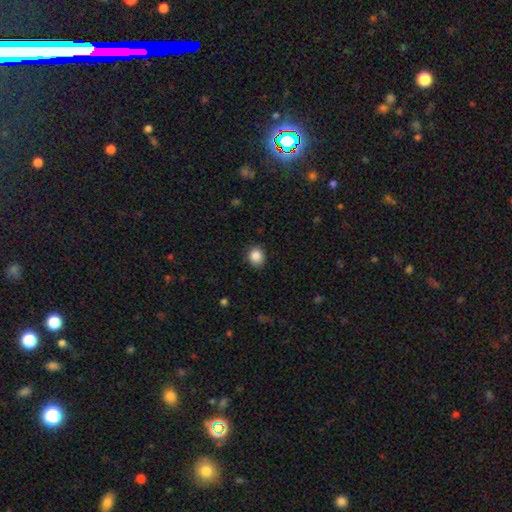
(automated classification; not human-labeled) smooth-or-featured: smooth: 87% | star or artifact: 9% | featured or disk: 4%
  how-rounded: round: 68% | in between: 31% | cigar-shaped: 1%
  merging: none: 85% | minor disturbance: 12% | major disturbance: 3% | merger: 1%